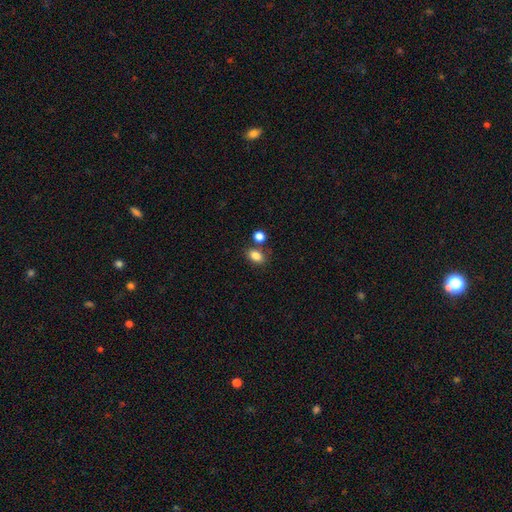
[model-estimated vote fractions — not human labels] Smooth or featured: smooth — 84% (star or artifact — 10%)
How rounded: in between — 79% (round — 19%)
Merging: none — 68% (merger — 17%)